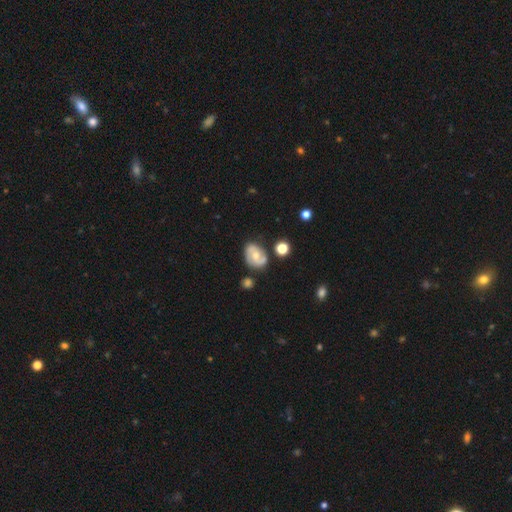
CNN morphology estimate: Smooth or featured? Predicted: featured or disk (p=0.65). Edge-on disk? Predicted: no (p=0.97). Bar? Predicted: no (p=0.59). Spiral arms? Predicted: yes (p=0.87). Spiral winding? Predicted: medium (p=0.46). Spiral arm count? Predicted: 2 (p=0.82). Bulge size? Predicted: moderate (p=0.59). Merging? Predicted: none (p=0.69).